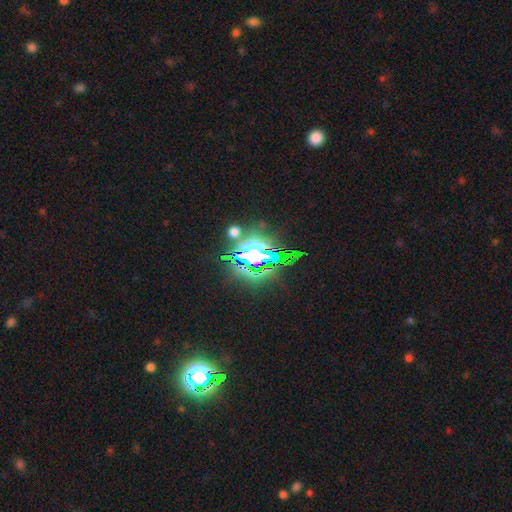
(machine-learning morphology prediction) Smooth or featured?
  - star or artifact: 75% *
  - smooth: 14%
  - featured or disk: 11%